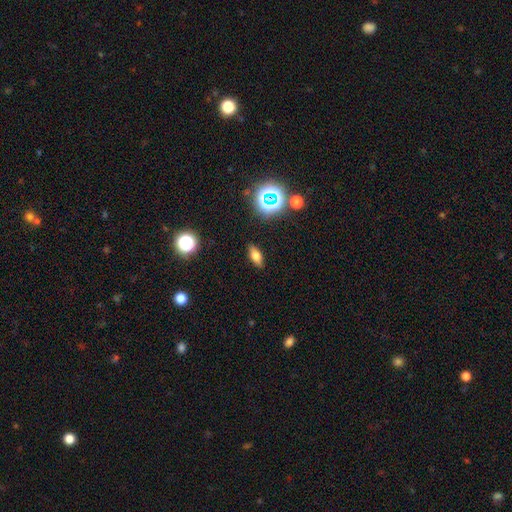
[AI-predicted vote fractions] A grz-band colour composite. It shows a smooth galaxy with no disk features (65%) that is in between round and cigar-shaped (74%). Merging: none (88%).